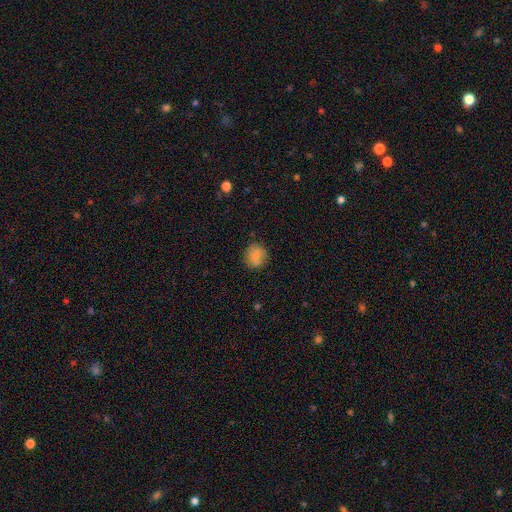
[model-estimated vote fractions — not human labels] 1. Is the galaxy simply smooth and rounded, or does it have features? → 79% smooth, 12% featured or disk, 9% star or artifact.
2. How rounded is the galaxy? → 79% round, 20% in between, 1% cigar-shaped.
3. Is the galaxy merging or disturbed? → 73% none, 18% minor disturbance, 5% major disturbance, 4% merger.